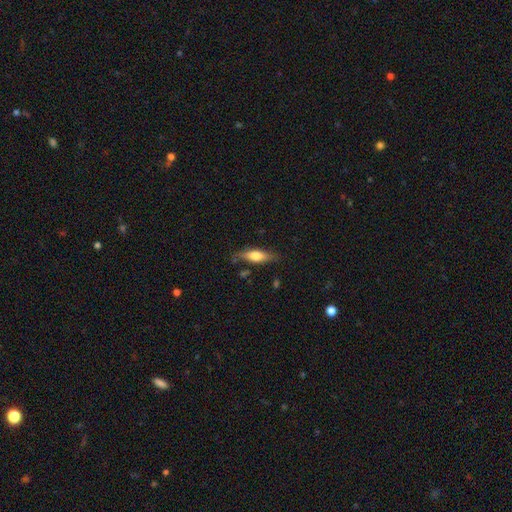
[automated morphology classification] Smooth or featured?
  - smooth: 57% *
  - featured or disk: 37%
  - star or artifact: 6%
How rounded?
  - cigar-shaped: 54% *
  - in between: 44%
  - round: 3%
Merging?
  - none: 76% *
  - minor disturbance: 17%
  - major disturbance: 4%
  - merger: 3%